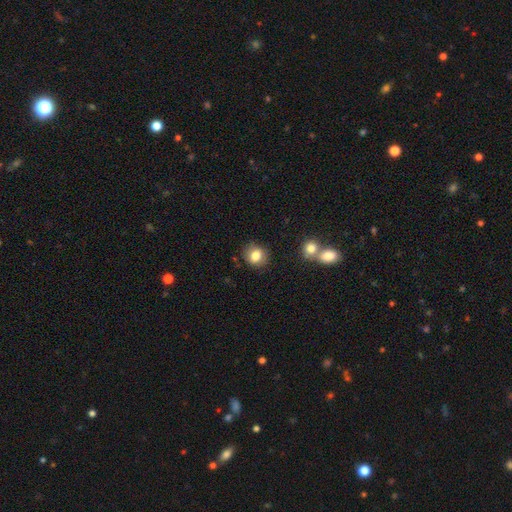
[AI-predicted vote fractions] A smooth galaxy with no disk features (81%) that is round (74%). Merging: none (81%).